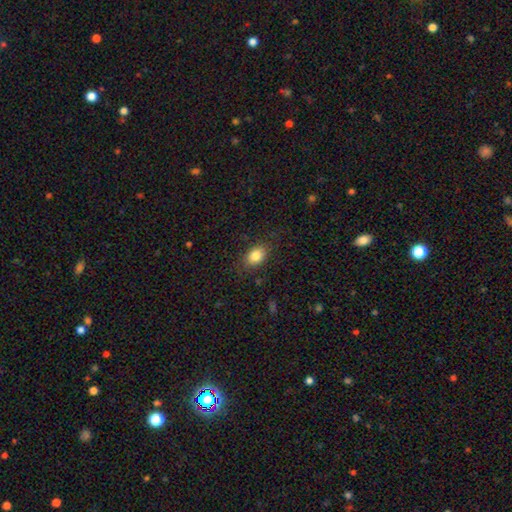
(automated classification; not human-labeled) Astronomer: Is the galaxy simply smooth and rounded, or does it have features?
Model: smooth — 83%.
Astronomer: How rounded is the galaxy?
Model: in between — 78%.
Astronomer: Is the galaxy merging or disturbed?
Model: none — 82%.